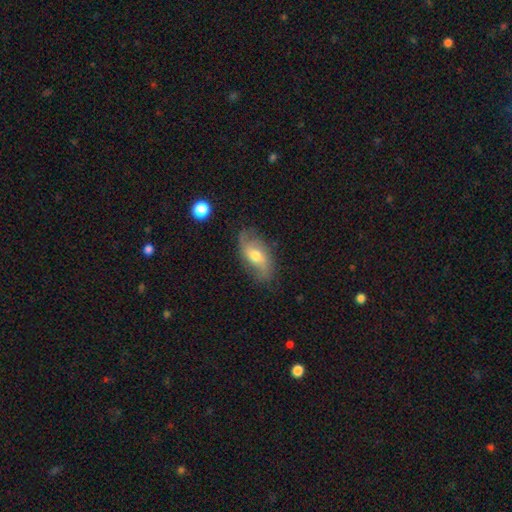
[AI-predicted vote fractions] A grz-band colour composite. It shows a featured or disk galaxy (57%) with no bar (53%), spiral arms (81%) and a moderate central bulge (68%). Merging: none (71%).